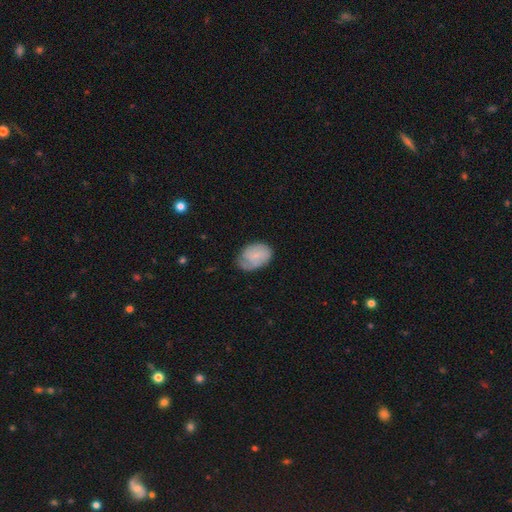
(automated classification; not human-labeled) smooth_or_featured: smooth (p=0.52) [alt: featured or disk p=0.41]
how_rounded: in between (p=0.78) [alt: round p=0.20]
merging: none (p=0.58) [alt: minor disturbance p=0.31]